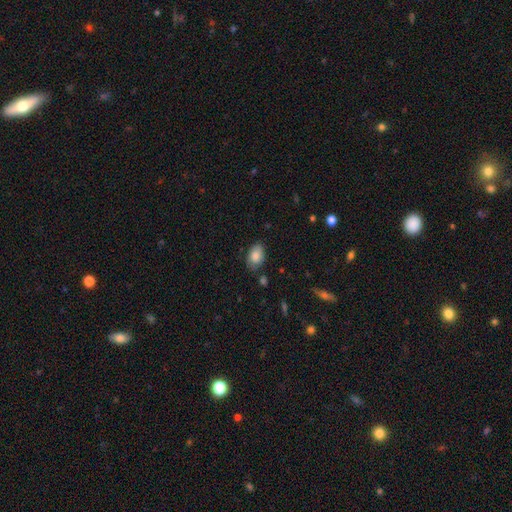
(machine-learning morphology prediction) type=smooth (84%); roundness=in between (88%); merging=none (73%).